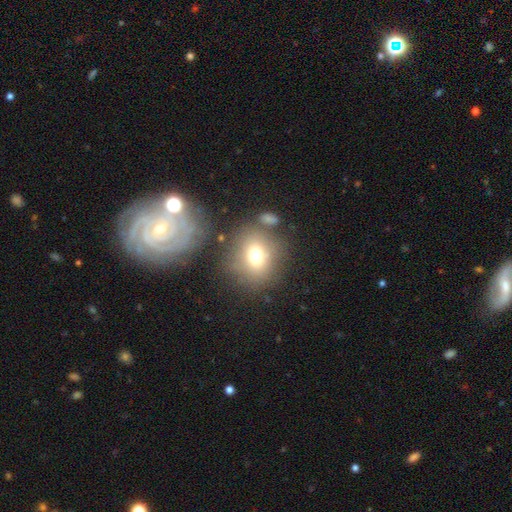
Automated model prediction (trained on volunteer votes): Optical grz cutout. It shows a smooth galaxy with no disk features (71%) that is round (75%). Merging: none (66%).